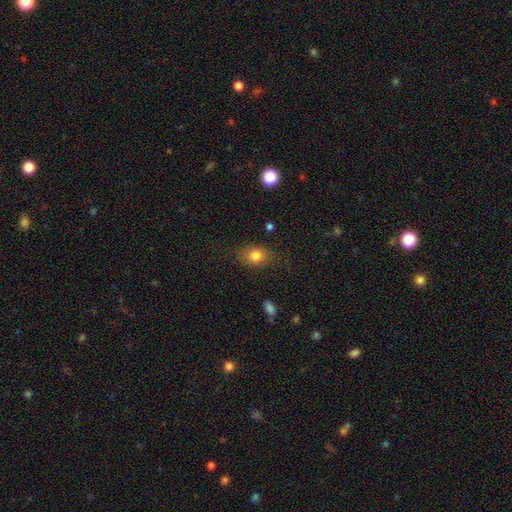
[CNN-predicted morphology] Smooth or featured: smooth — 80% (star or artifact — 11%)
How rounded: in between — 59% (round — 40%)
Merging: none — 76% (minor disturbance — 17%)